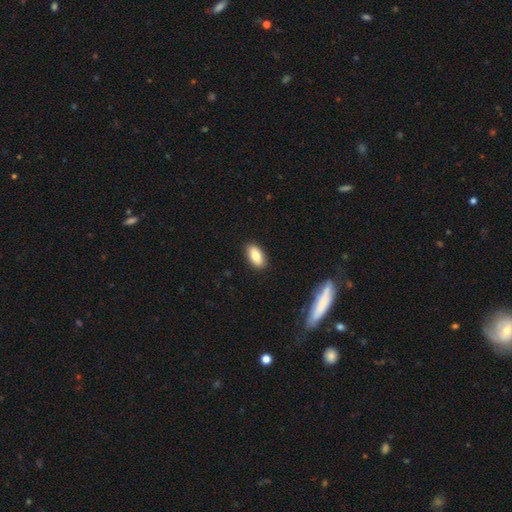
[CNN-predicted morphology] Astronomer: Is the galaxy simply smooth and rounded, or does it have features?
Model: smooth — 84%.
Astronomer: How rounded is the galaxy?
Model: in between — 91%.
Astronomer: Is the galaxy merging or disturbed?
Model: none — 89%.